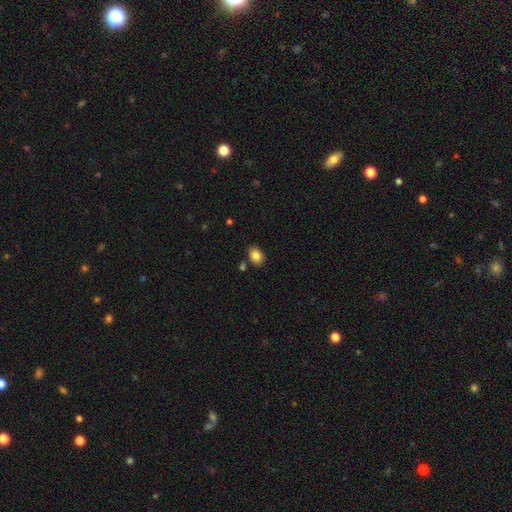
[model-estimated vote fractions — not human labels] A smooth galaxy with no disk features (86%) that is in between round and cigar-shaped (75%).

Vote fractions:
- Smooth or featured? smooth: 86% / star or artifact: 9% / featured or disk: 6%
- How rounded? in between: 75% / round: 24% / cigar-shaped: 1%
- Merging? none: 83% / minor disturbance: 10% / merger: 5% / major disturbance: 2%